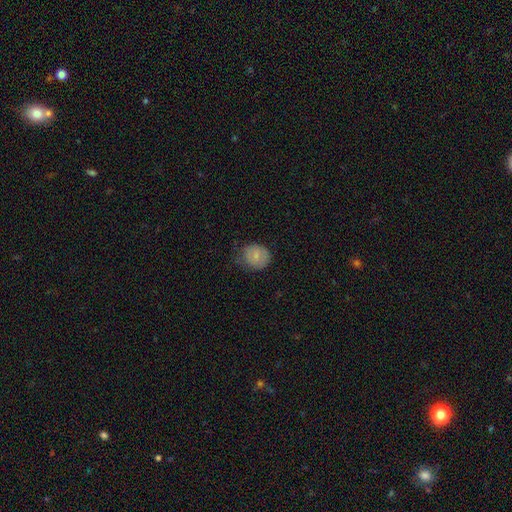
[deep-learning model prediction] Smooth or featured? Predicted: smooth (p=0.73). How rounded? Predicted: round (p=0.73). Merging? Predicted: none (p=0.59).